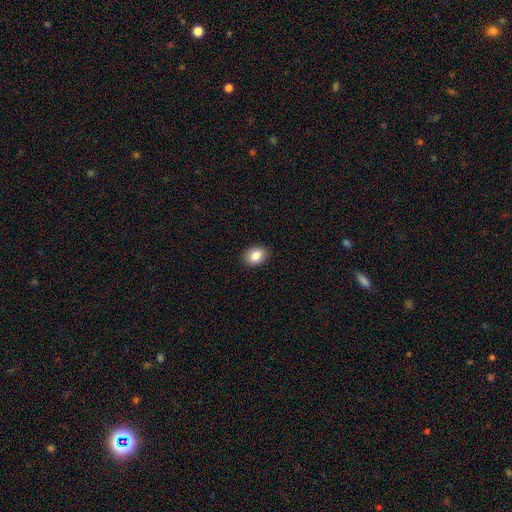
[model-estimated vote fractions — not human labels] This appears to be a smooth galaxy with no disk features (85%) that is in between round and cigar-shaped (64%). Merging: none (90%).